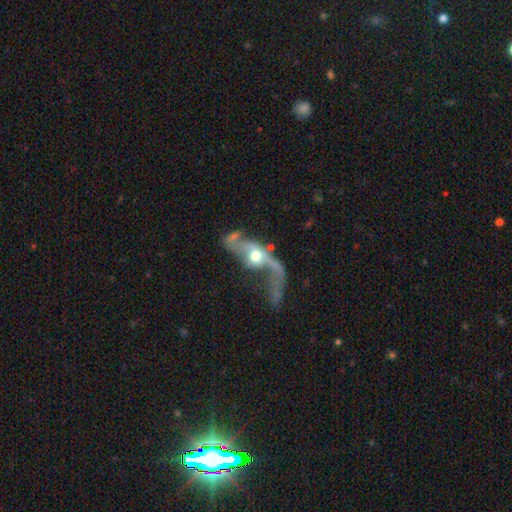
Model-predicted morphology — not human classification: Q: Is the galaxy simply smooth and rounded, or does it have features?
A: featured or disk — 74%.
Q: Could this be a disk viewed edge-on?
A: no — 83%.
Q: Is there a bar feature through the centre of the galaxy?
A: no — 73%.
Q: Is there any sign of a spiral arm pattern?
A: yes — 68%.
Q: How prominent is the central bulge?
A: moderate — 68%.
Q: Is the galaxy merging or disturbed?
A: major disturbance — 53%.